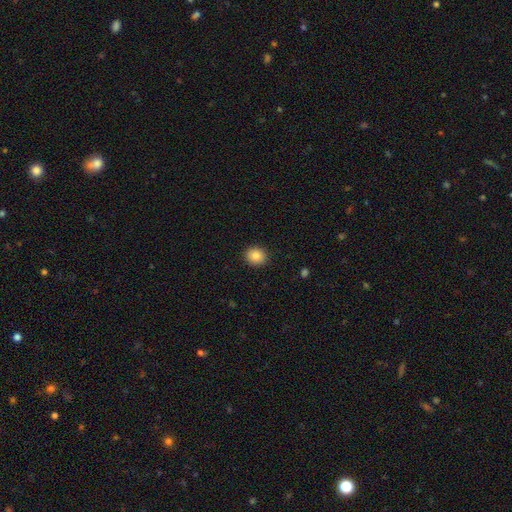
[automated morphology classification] Smooth or featured?
  - smooth: 84% *
  - star or artifact: 9%
  - featured or disk: 6%
How rounded?
  - round: 74% *
  - in between: 25%
  - cigar-shaped: 1%
Merging?
  - none: 91% *
  - minor disturbance: 6%
  - major disturbance: 2%
  - merger: 1%